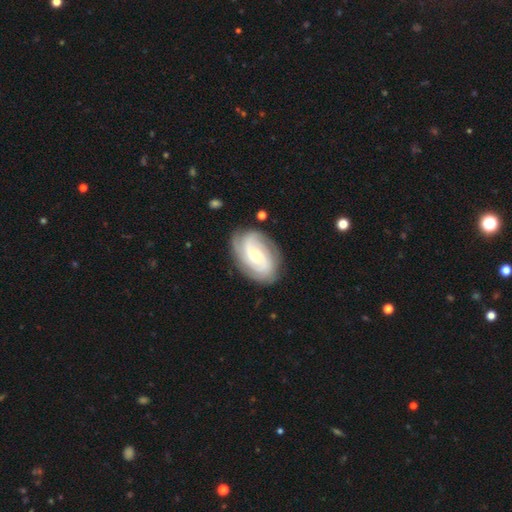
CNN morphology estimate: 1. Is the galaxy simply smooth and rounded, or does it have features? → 82% featured or disk, 13% smooth, 5% star or artifact.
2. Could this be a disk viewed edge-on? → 96% no, 4% yes.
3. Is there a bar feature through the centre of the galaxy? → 63% no, 29% weak, 8% strong.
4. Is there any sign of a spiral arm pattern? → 95% yes, 5% no.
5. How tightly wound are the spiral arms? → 61% tight, 30% medium, 8% loose.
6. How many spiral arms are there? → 31% 3, 25% 2, 24% can't tell, 11% 4, 5% 1, 5% more than 4.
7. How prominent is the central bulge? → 48% moderate, 47% small, 3% large, 1% none, 1% dominant.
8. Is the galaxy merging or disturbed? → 79% none, 15% minor disturbance, 5% major disturbance, 1% merger.